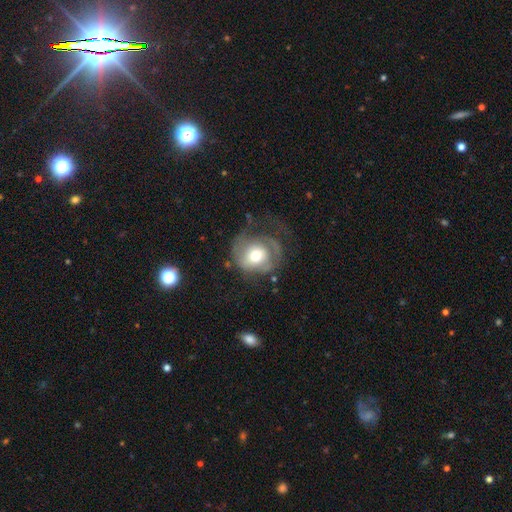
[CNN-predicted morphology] Overall: featured or disk (46%, tied with smooth). Merging: major disturbance (39%; none 37%).